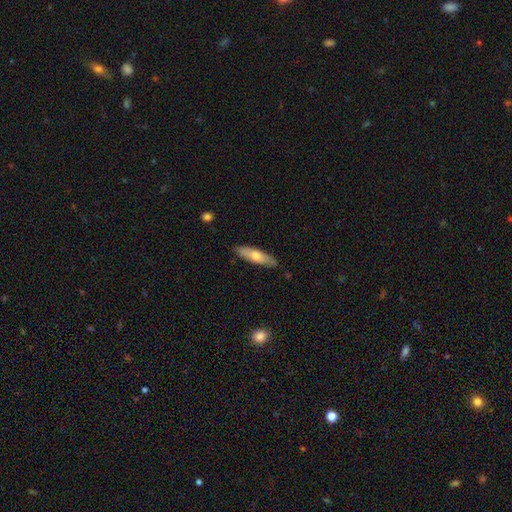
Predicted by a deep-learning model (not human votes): A smooth galaxy with no disk features (61%) that is cigar-shaped (59%). Merging: none (84%).